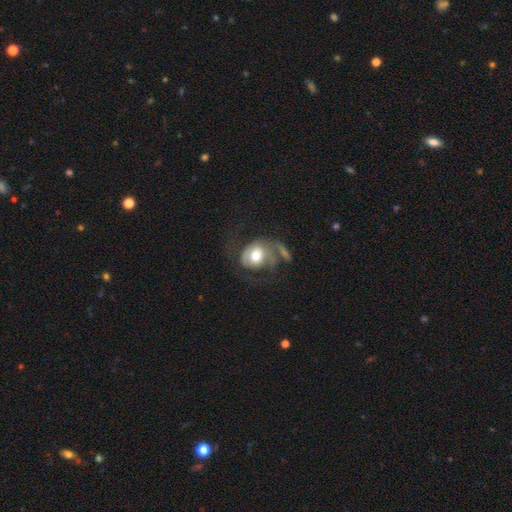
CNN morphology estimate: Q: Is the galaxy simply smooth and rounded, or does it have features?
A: smooth — 52%.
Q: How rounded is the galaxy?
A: round — 58%.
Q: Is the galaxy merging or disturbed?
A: major disturbance — 39%.